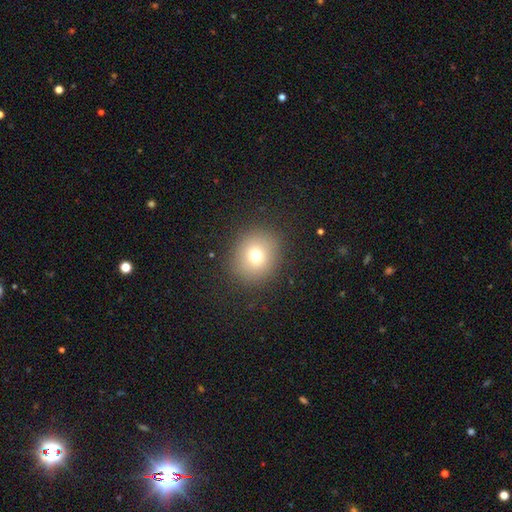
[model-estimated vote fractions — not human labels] Smooth or featured: smooth — 73% (star or artifact — 15%)
How rounded: round — 84% (in between — 15%)
Merging: none — 88% (minor disturbance — 7%)